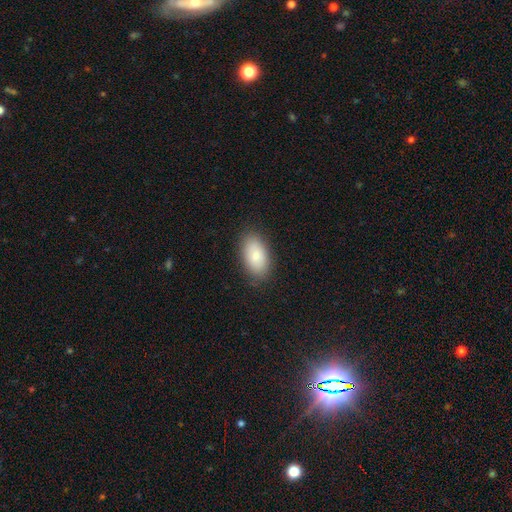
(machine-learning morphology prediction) Smooth or featured: smooth — 83% (featured or disk — 11%)
How rounded: in between — 94% (round — 4%)
Merging: none — 84% (minor disturbance — 12%)